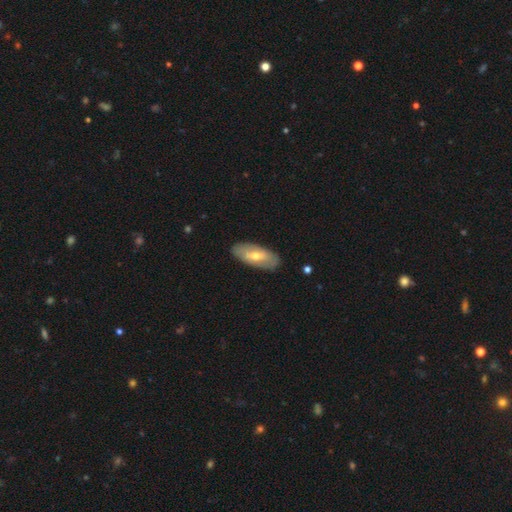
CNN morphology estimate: This appears to be a featured or disk galaxy (50%). Merging: none (86%).